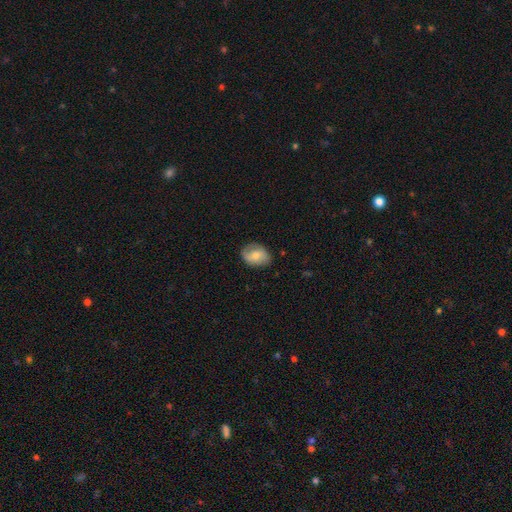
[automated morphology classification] Overall: smooth (64%; featured or disk 29%). How rounded: in between (67%; round 32%). Merging: none (76%).